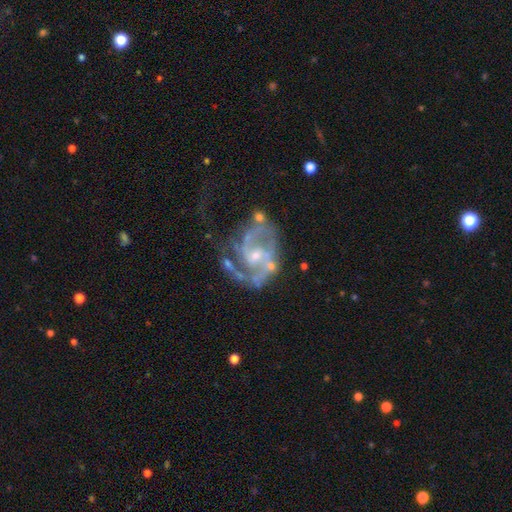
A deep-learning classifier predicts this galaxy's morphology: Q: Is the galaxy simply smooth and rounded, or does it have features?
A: featured or disk — 89%.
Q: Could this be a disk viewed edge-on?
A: no — 98%.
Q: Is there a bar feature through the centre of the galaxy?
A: no — 44%.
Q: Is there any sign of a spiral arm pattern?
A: yes — 96%.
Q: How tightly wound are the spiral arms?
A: medium — 54%.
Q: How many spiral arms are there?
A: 2 — 71%.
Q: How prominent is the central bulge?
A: small — 64%.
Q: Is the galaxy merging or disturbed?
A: none — 47%.